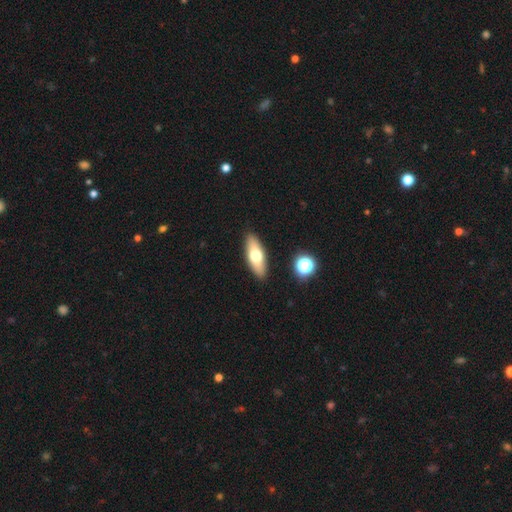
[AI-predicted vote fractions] smooth 61%, featured or disk 32%, star or artifact 7%. Down the decision tree: how rounded — in between (64%); merging — none (89%).